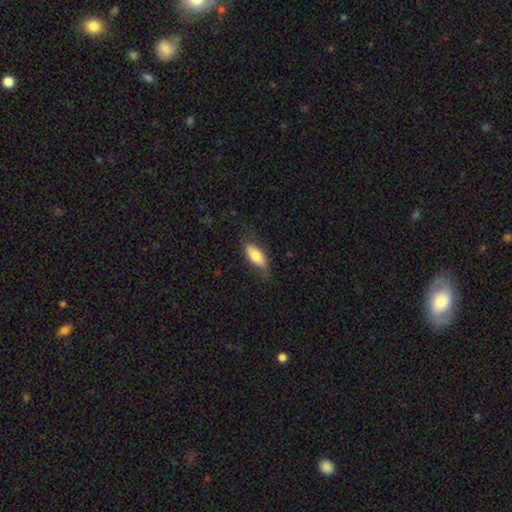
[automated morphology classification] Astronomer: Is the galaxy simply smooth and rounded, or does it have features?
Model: smooth — 76%.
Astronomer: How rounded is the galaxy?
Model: in between — 82%.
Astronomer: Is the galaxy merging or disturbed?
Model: none — 73%.